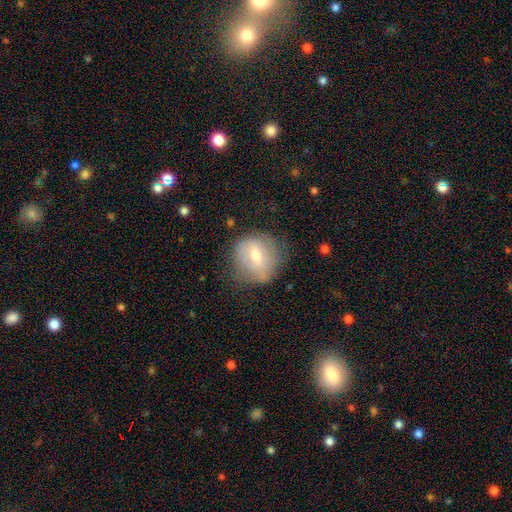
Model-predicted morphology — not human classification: type=smooth (59%); roundness=round (82%); merging=none (60%).